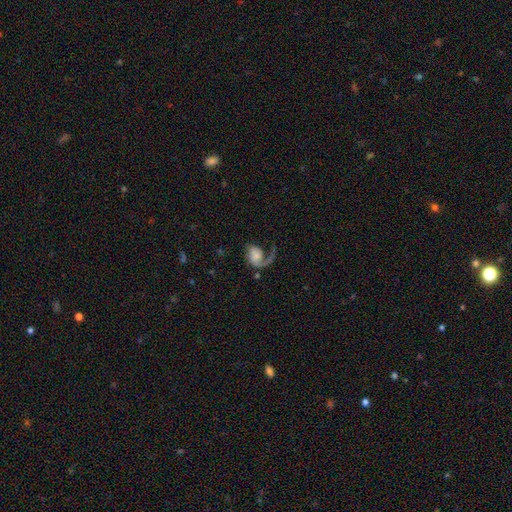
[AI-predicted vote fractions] Morphology: type=featured or disk (72%); edge-on=no (98%); bar=no (70%); spiral arms=yes (92%); winding=loose (57%); arm count=1 (78%); bulge=none (33%); merging=major disturbance (41%).